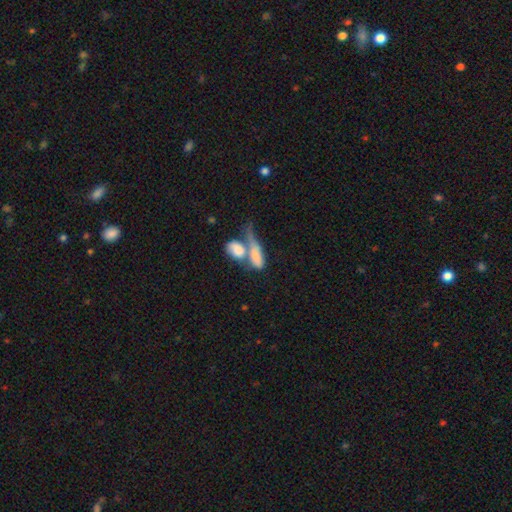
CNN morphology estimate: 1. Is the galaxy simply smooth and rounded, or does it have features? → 72% smooth, 21% featured or disk, 7% star or artifact.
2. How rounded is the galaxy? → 73% in between, 18% cigar-shaped, 9% round.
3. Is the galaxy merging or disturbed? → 63% merger, 16% none, 12% major disturbance, 8% minor disturbance.